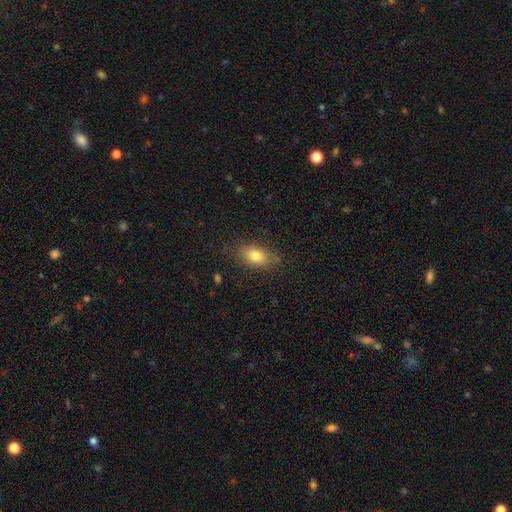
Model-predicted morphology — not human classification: smooth-or-featured: smooth: 79% | featured or disk: 12% | star or artifact: 9%
  how-rounded: in between: 86% | round: 9% | cigar-shaped: 5%
  merging: none: 79% | minor disturbance: 16% | major disturbance: 4% | merger: 2%